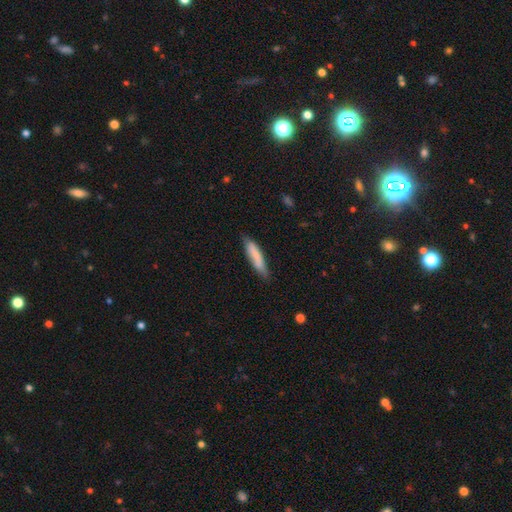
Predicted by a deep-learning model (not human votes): A smooth galaxy with no disk features (77%) that is cigar-shaped (81%). Merging: none (72%).